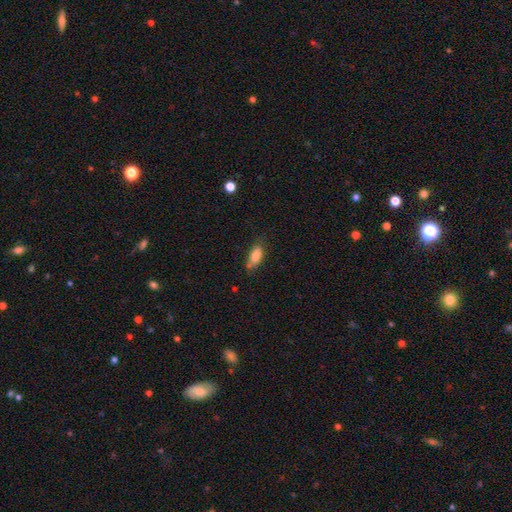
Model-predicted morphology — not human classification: smooth-or-featured: smooth: 83% | featured or disk: 10% | star or artifact: 7%
  how-rounded: in between: 79% | cigar-shaped: 19% | round: 3%
  merging: none: 66% | minor disturbance: 24% | major disturbance: 5% | merger: 5%